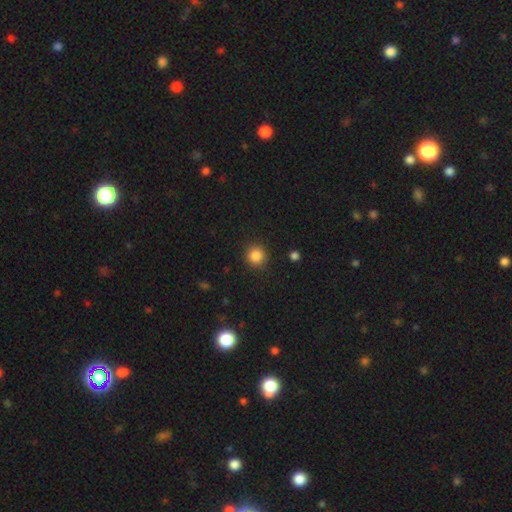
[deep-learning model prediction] A smooth galaxy with no disk features (85%) that is round (93%). Merging: none (89%).